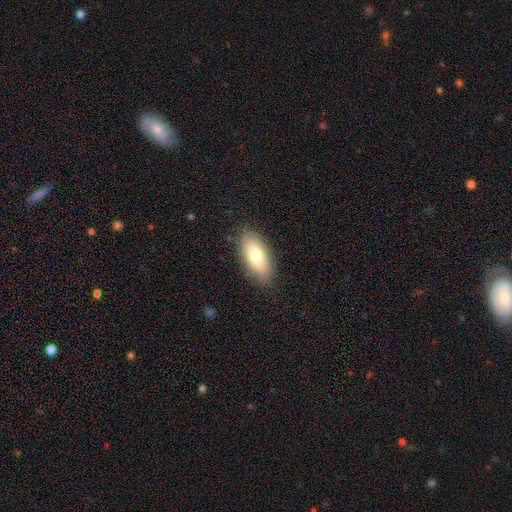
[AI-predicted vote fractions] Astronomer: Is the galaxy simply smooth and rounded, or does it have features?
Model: smooth — 74%.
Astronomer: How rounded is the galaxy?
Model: in between — 87%.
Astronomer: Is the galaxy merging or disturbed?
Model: none — 86%.